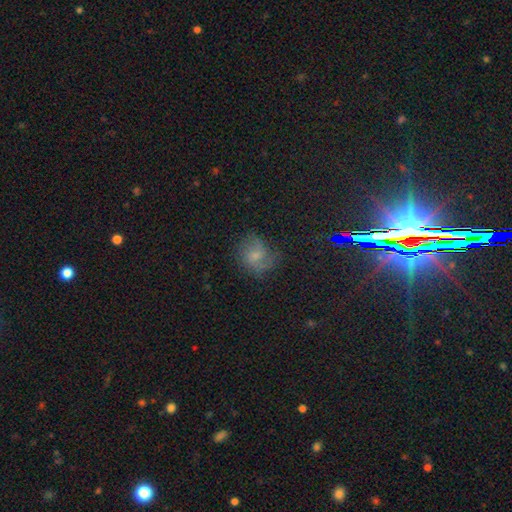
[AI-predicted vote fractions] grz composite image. It shows a smooth galaxy with no disk features (44%). Merging: none (55%).